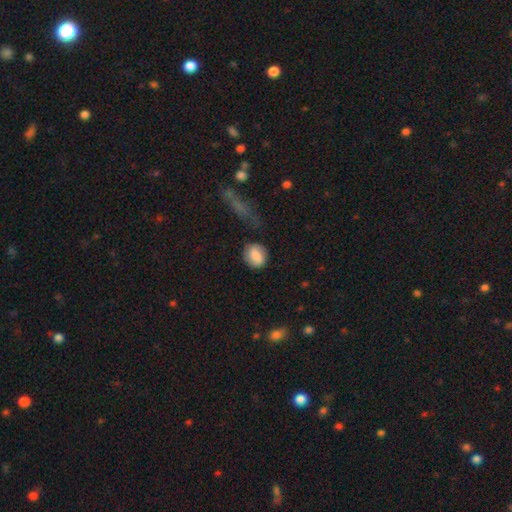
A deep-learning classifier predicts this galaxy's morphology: type=smooth (76%); roundness=round (65%); merging=none (73%).